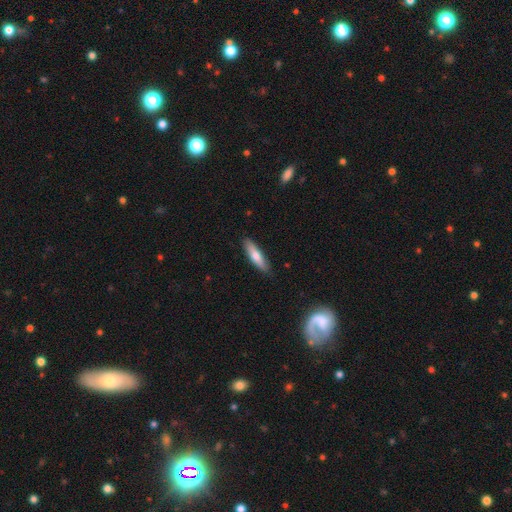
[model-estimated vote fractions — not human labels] Smooth or featured: smooth — 68% (featured or disk — 27%)
How rounded: cigar-shaped — 71% (in between — 27%)
Merging: none — 87% (minor disturbance — 11%)